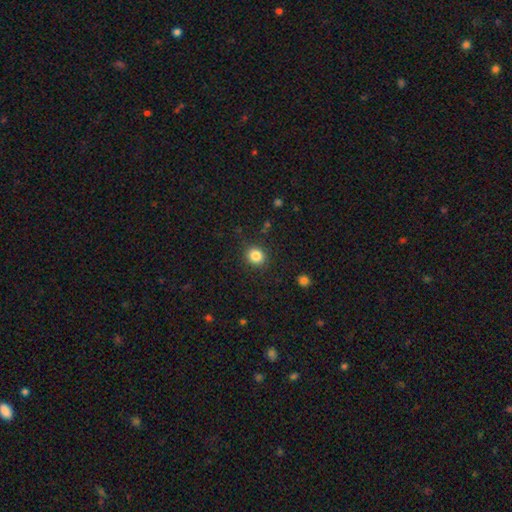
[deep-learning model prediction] A smooth galaxy with no disk features (85%) that is round (79%). Merging: none (88%).